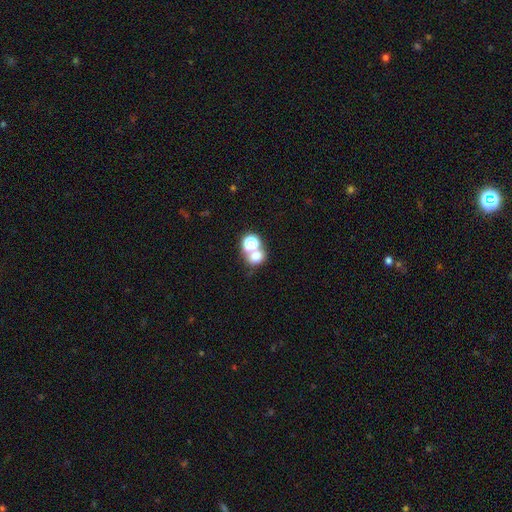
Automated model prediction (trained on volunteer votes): Smooth or featured? smooth (67%)
How rounded? round (64%)
Merging? none (45%)